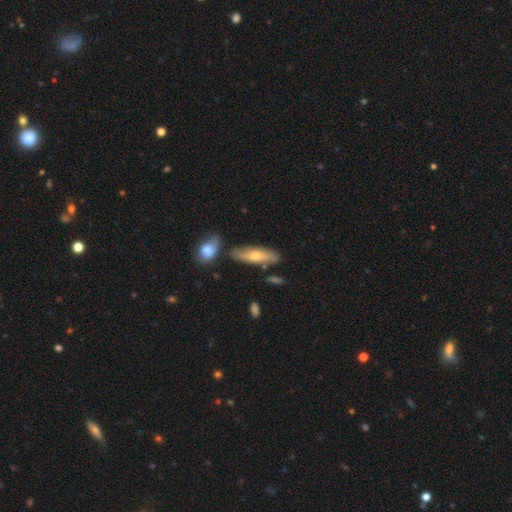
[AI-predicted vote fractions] smooth-or-featured: smooth: 61% | featured or disk: 33% | star or artifact: 6%
  how-rounded: in between: 52% | cigar-shaped: 46% | round: 2%
  merging: none: 73% | minor disturbance: 15% | merger: 9% | major disturbance: 3%